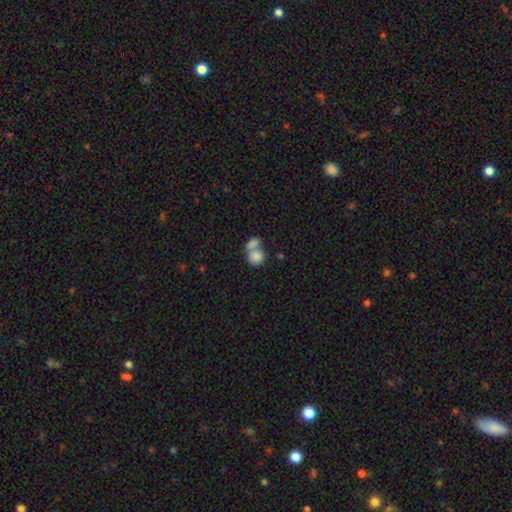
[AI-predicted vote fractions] smooth_or_featured: smooth (p=0.83) [alt: featured or disk p=0.10]
how_rounded: round (p=0.71) [alt: in between p=0.28]
merging: merger (p=0.60) [alt: none p=0.28]